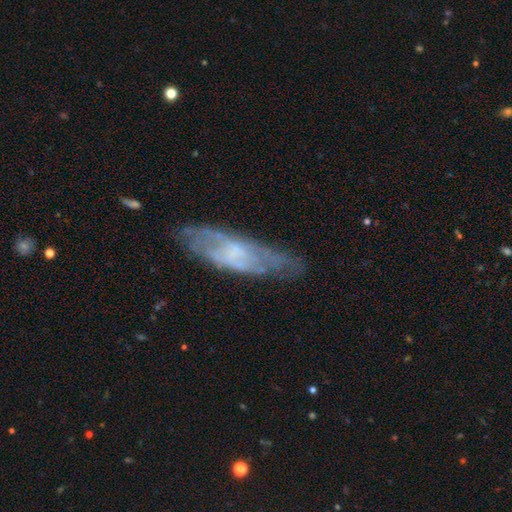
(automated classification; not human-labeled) Smooth or featured: featured or disk — 58% (smooth — 32%)
Edge-on disk: no — 63% (yes — 37%)
Merging: none — 70% (minor disturbance — 21%)